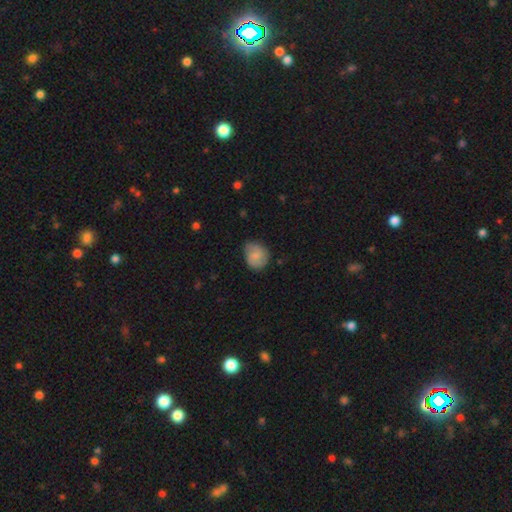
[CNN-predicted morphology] type=smooth (73%); roundness=round (64%); merging=none (68%).